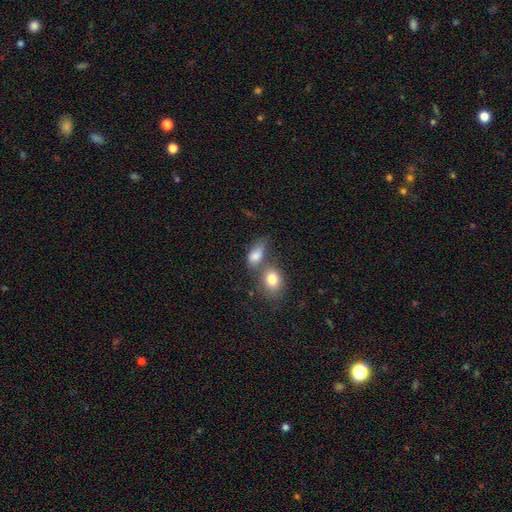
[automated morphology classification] Smooth or featured?
  - smooth: 80% *
  - featured or disk: 11%
  - star or artifact: 10%
How rounded?
  - in between: 80% *
  - round: 16%
  - cigar-shaped: 4%
Merging?
  - merger: 42% *
  - none: 33%
  - minor disturbance: 16%
  - major disturbance: 9%